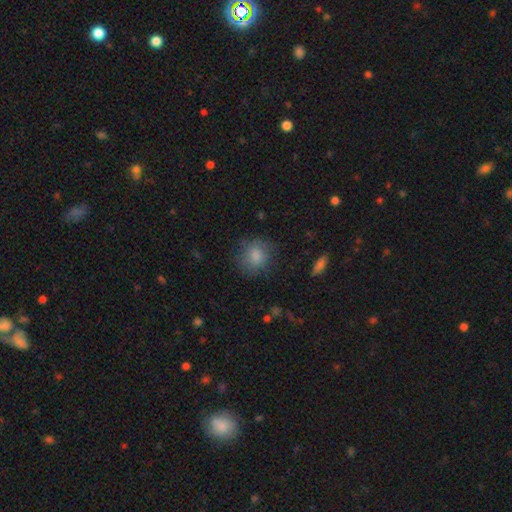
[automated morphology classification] Overall: smooth (82%). How rounded: round (76%). Merging: none (74%).